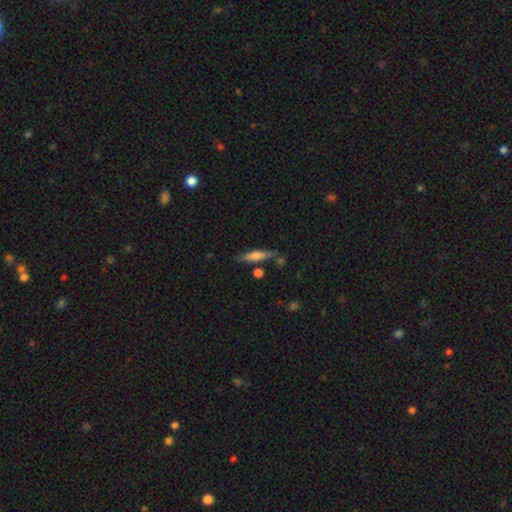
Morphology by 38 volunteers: smooth 58%, featured or disk 39%, star or artifact 3%. Down the decision tree: how rounded — cigar-shaped (77%); merging — none (73%).